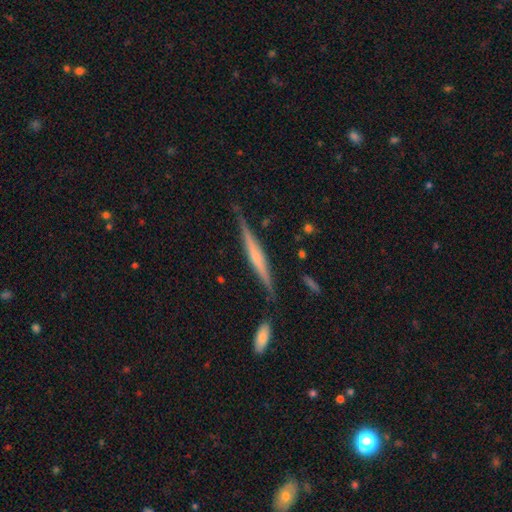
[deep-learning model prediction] Smooth or featured? featured or disk (65%)
Edge-on disk? yes (97%)
Edge-on bulge? rounded (45%)
Merging? none (83%)